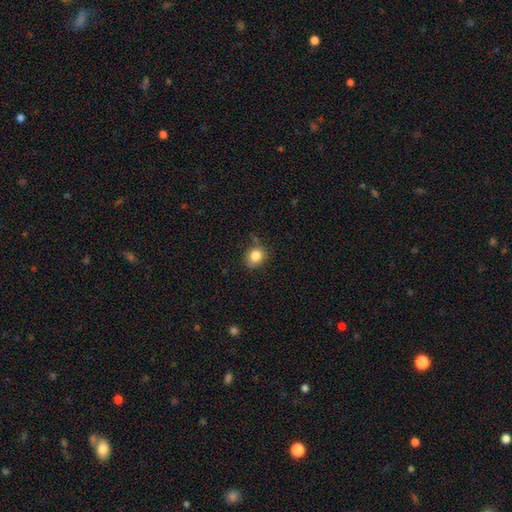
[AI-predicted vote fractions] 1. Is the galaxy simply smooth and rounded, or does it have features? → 84% smooth, 10% star or artifact, 6% featured or disk.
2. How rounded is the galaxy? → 55% round, 44% in between, 1% cigar-shaped.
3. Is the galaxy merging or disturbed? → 76% none, 17% minor disturbance, 4% major disturbance, 3% merger.